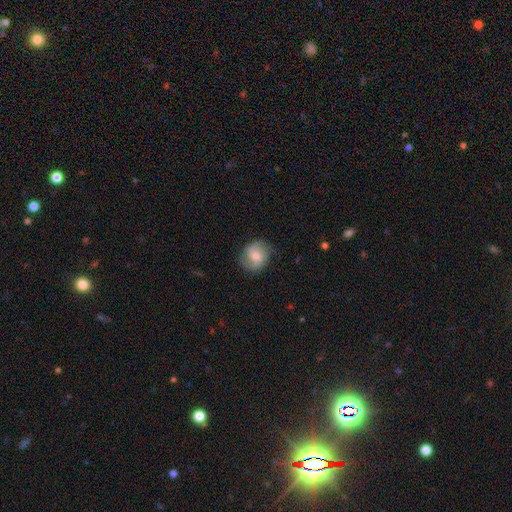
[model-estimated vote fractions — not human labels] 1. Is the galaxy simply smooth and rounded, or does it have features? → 62% featured or disk, 31% smooth, 7% star or artifact.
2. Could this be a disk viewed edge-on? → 97% no, 3% yes.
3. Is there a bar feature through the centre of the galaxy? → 46% weak, 44% no, 11% strong.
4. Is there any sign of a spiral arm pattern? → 91% yes, 9% no.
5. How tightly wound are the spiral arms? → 49% medium, 27% loose, 25% tight.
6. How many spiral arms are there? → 86% 2, 7% can't tell, 3% 1, 2% 3, 1% 4, 1% more than 4.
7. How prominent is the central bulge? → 55% moderate, 30% small, 8% large, 6% none, 1% dominant.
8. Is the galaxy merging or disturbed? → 77% none, 16% minor disturbance, 5% major disturbance, 1% merger.